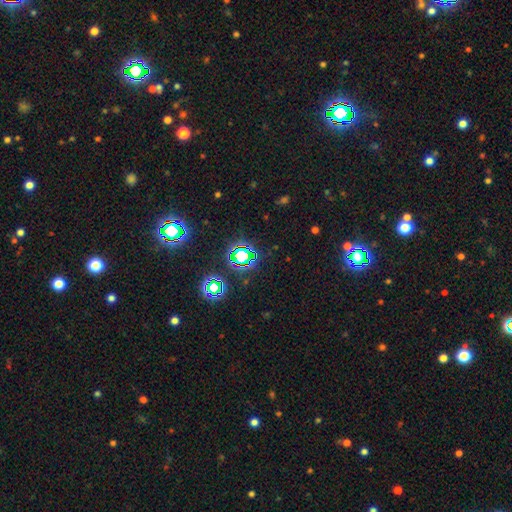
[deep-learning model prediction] The model was most divided on "smooth or featured": star or artifact: 78%, smooth: 15%, featured or disk: 7%.